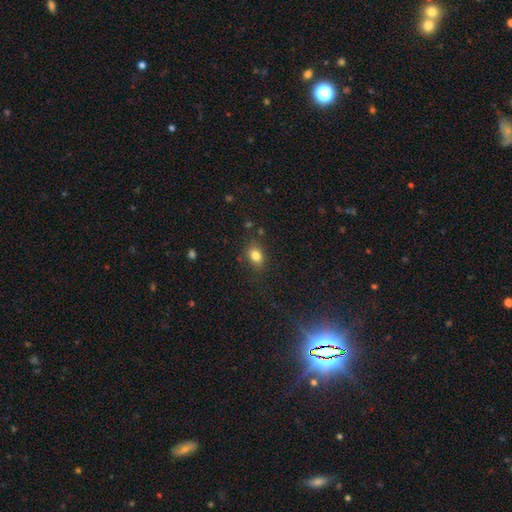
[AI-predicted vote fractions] smooth-or-featured: smooth: 81% | star or artifact: 11% | featured or disk: 7%
  how-rounded: in between: 67% | round: 32% | cigar-shaped: 2%
  merging: none: 79% | minor disturbance: 14% | major disturbance: 4% | merger: 3%